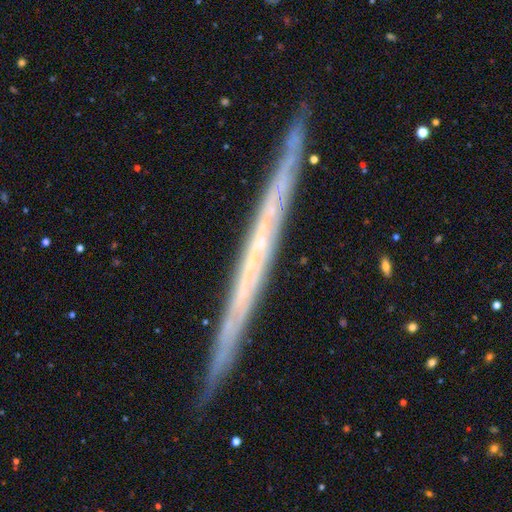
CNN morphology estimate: featured or disk 70%, smooth 22%, star or artifact 8%. Down the decision tree: edge-on disk — yes (96%); edge-on bulge — none (91%); merging — none (91%).